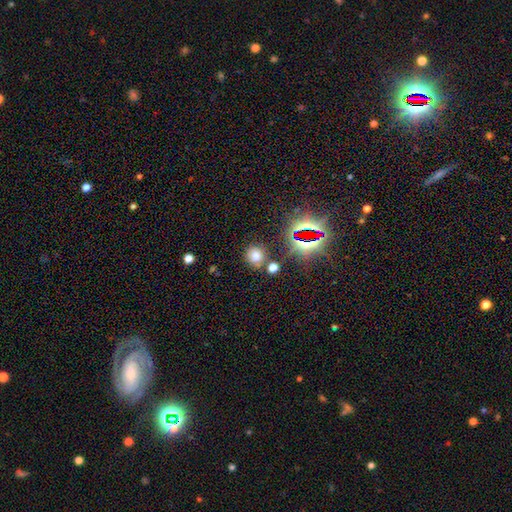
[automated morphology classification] This appears to be a smooth galaxy with no disk features (68%) that is round (81%). Merging: none (75%).